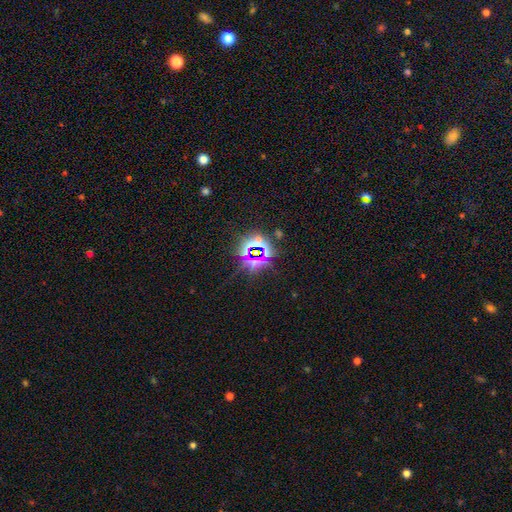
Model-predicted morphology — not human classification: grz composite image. It shows a star or artifact, not a galaxy (77%).